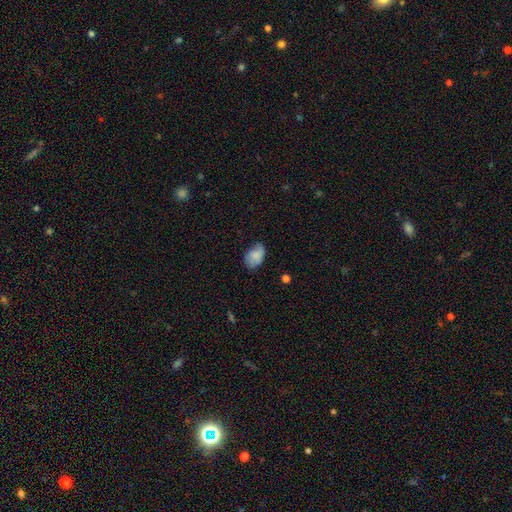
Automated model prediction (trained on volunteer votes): Q: Smooth or featured?
A: smooth (72%); runner-up: featured or disk (20%)
Q: How rounded?
A: in between (87%); runner-up: round (12%)
Q: Merging?
A: none (59%); runner-up: minor disturbance (31%)